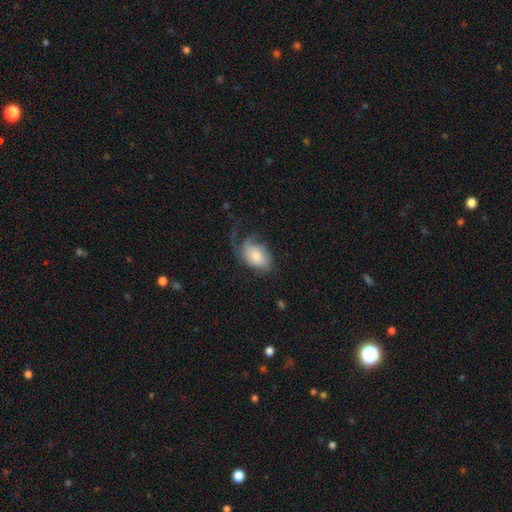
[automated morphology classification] Smooth or featured? smooth (54%)
How rounded? in between (89%)
Merging? major disturbance (38%)